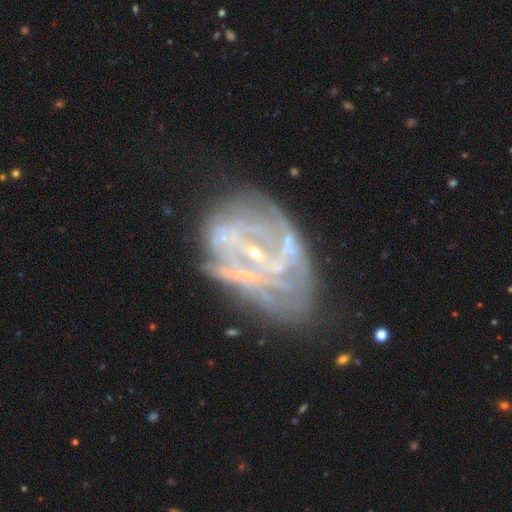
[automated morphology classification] type=featured or disk (76%); edge-on=no (97%); bar=no (53%); spiral arms=yes (50%, tied with no); bulge=small (69%); merging=none (40%).